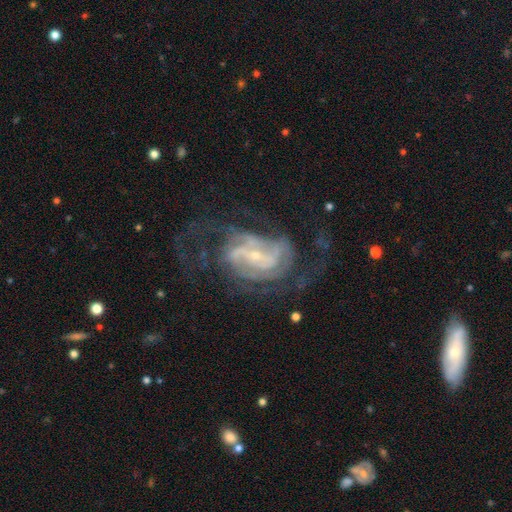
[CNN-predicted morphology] Smooth or featured? Predicted: featured or disk (p=0.87). Edge-on disk? Predicted: no (p=0.96). Bar? Predicted: weak (p=0.41). Spiral arms? Predicted: yes (p=0.94). Spiral winding? Predicted: medium (p=0.44). Spiral arm count? Predicted: 2 (p=0.37). Bulge size? Predicted: small (p=0.78). Merging? Predicted: none (p=0.55).